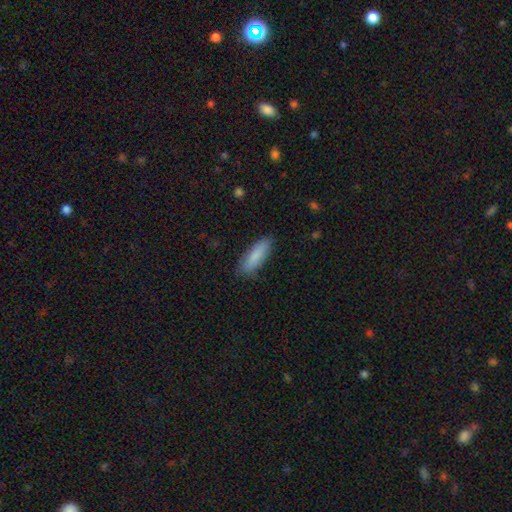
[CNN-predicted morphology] Smooth or featured? Predicted: smooth (p=0.85). How rounded? Predicted: cigar-shaped (p=0.51). Merging? Predicted: none (p=0.86).